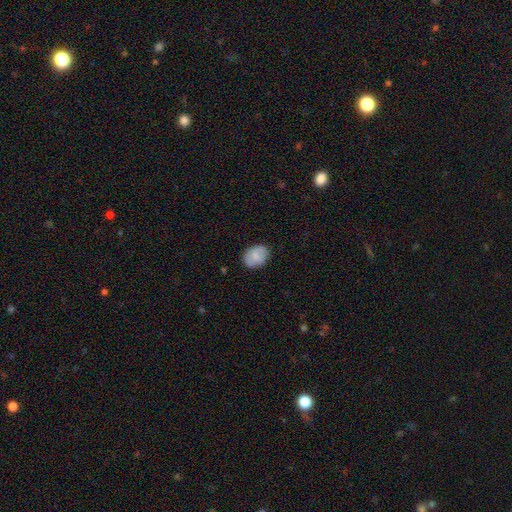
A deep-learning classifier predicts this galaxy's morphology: Smooth or featured: smooth — 81% (featured or disk — 12%)
How rounded: in between — 62% (round — 37%)
Merging: none — 82% (minor disturbance — 14%)